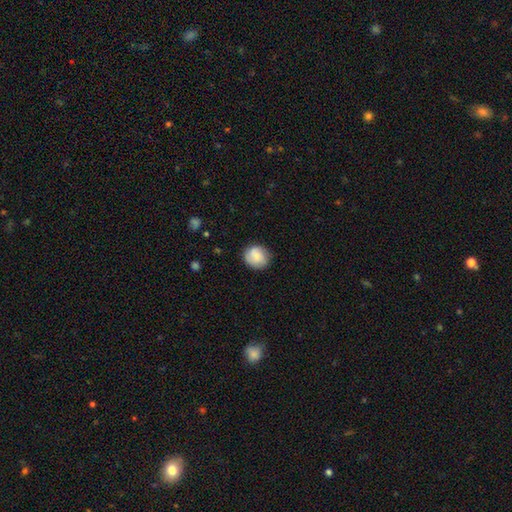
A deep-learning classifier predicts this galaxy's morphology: smooth_or_featured: smooth (p=0.75) [alt: featured or disk p=0.18]
how_rounded: round (p=0.79) [alt: in between p=0.20]
merging: none (p=0.78) [alt: minor disturbance p=0.17]